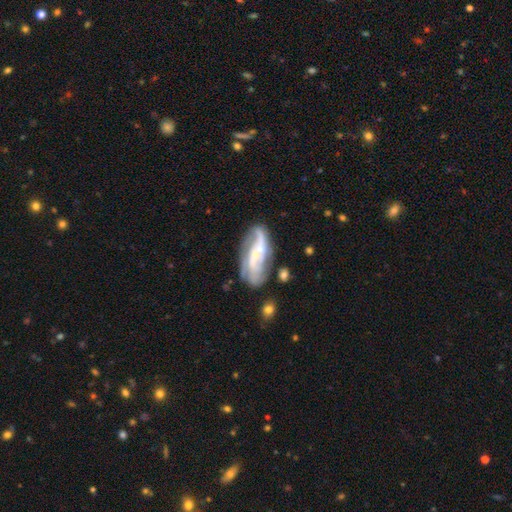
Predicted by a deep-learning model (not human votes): A featured or disk galaxy (79%) with no bar (45%), 2 (60%) medium (38%) spiral arms (89%) and a small central bulge (69%). Merging: none (61%).